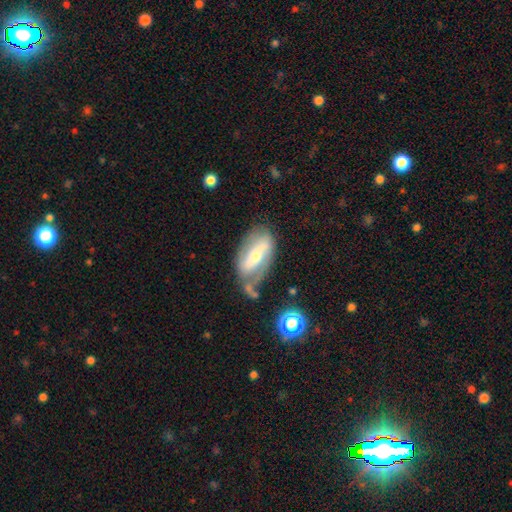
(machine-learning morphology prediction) smooth-or-featured: featured or disk: 68% | smooth: 25% | star or artifact: 7%
  disk-edge-on: no: 86% | yes: 14%
    bar: strong: 58% | weak: 25% | no: 17%
    has-spiral-arms: yes: 70% | no: 30%
    bulge-size: moderate: 49% | small: 45% | large: 4% | none: 1% | dominant: 1%
  merging: none: 50% | minor disturbance: 26% | major disturbance: 16% | merger: 8%